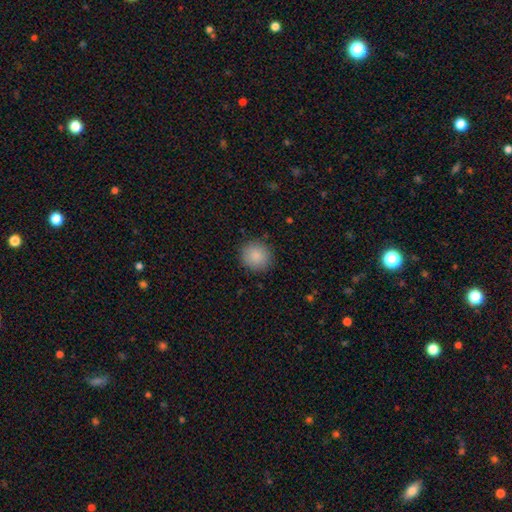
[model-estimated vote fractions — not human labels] smooth-or-featured: smooth: 87% | star or artifact: 8% | featured or disk: 5%
  how-rounded: round: 91% | in between: 8% | cigar-shaped: 1%
  merging: none: 89% | minor disturbance: 8% | major disturbance: 2% | merger: 1%